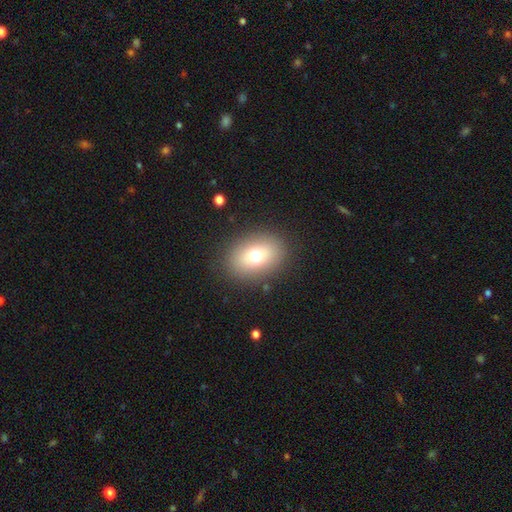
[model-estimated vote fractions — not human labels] smooth 72%, featured or disk 16%, star or artifact 12%. Down the decision tree: how rounded — in between (69%); merging — none (86%).